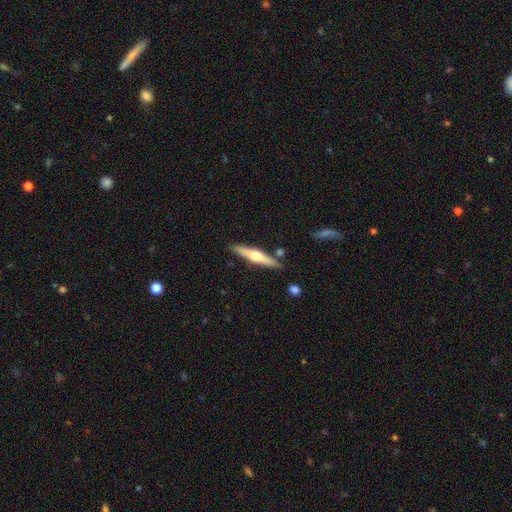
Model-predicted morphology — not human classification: A featured or disk galaxy (60%) viewed edge-on (97%) with a rounded central bulge (90%).

Vote fractions:
- Smooth or featured? featured or disk: 60% / smooth: 34% / star or artifact: 5%
- Edge-on disk? yes: 97% / no: 3%
- Edge-on bulge? rounded: 90% / boxy: 6% / none: 4%
- Merging? none: 85% / minor disturbance: 9% / merger: 4% / major disturbance: 2%